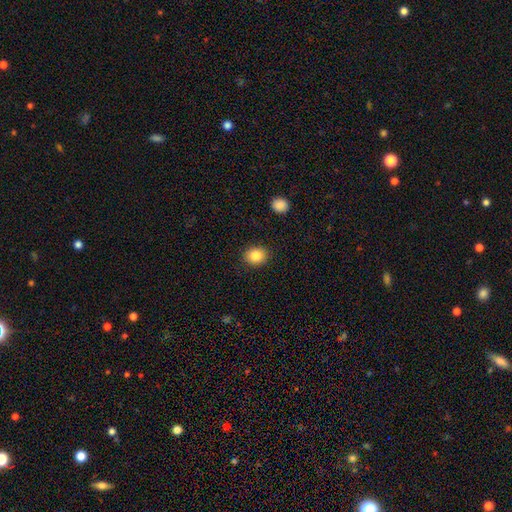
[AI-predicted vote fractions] Smooth or featured?
  - smooth: 85% *
  - star or artifact: 9%
  - featured or disk: 6%
How rounded?
  - round: 64% *
  - in between: 35%
  - cigar-shaped: 1%
Merging?
  - none: 89% *
  - minor disturbance: 7%
  - major disturbance: 2%
  - merger: 1%